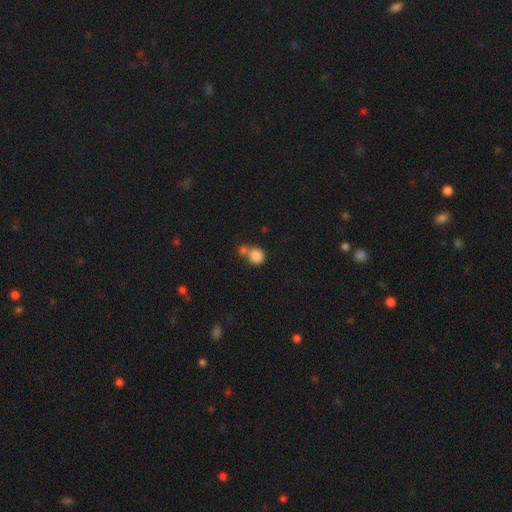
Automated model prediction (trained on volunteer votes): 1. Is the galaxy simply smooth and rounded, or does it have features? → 85% smooth, 9% star or artifact, 6% featured or disk.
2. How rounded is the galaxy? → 83% round, 16% in between, 1% cigar-shaped.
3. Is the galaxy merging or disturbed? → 47% none, 40% merger, 9% minor disturbance, 4% major disturbance.